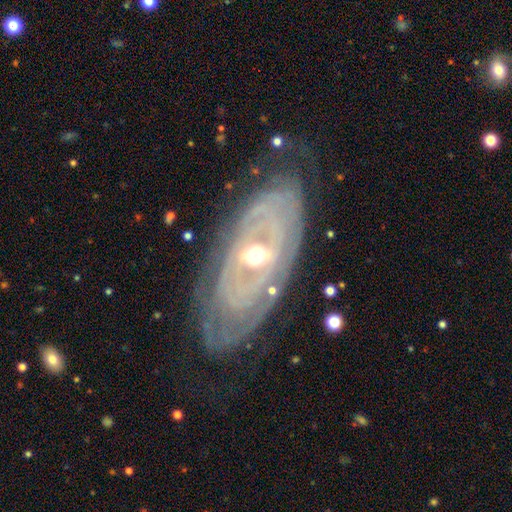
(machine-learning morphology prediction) This is clearly a featured or disk galaxy (87%). It is clearly not viewed edge-on (89%). Bar: marginally weak (37%). Spiral arm pattern: clearly yes (84%). Spiral arm count: possibly can't tell (47%). Spiral winding: likely tight (76%). Central bulge: likely moderate (69%). Merging: likely none (73%).